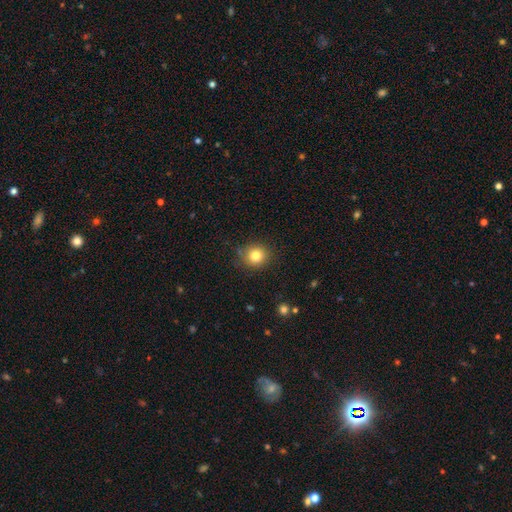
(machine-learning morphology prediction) Smooth or featured? smooth (81%)
How rounded? round (89%)
Merging? none (85%)